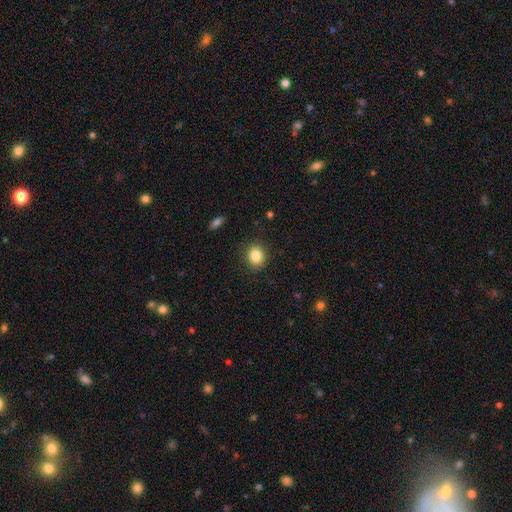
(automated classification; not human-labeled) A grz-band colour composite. It shows a smooth galaxy with no disk features (84%) that is round (64%). Merging: none (88%).